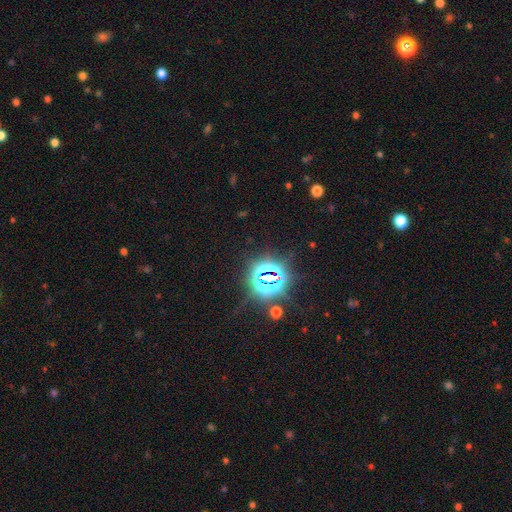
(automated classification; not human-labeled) This appears to be a star or artifact, not a galaxy (84%).